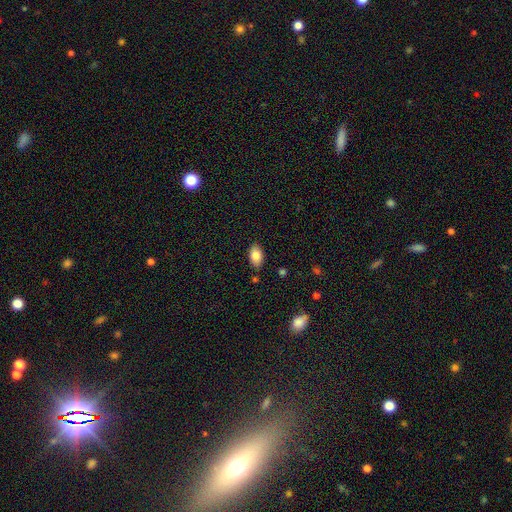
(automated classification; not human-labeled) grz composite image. It shows a smooth galaxy with no disk features (84%) that is in between round and cigar-shaped (92%). Merging: none (83%).